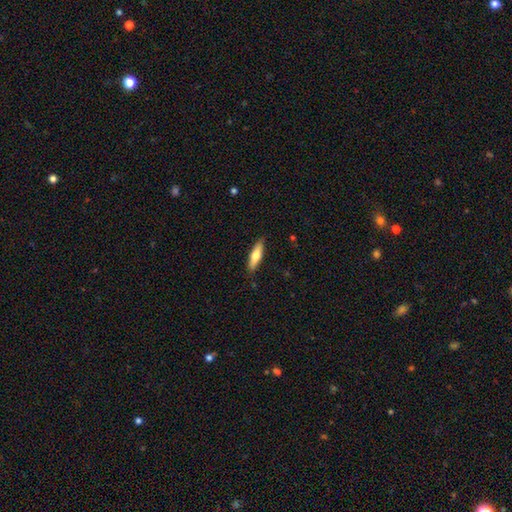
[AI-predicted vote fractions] A smooth galaxy with no disk features (60%) that is cigar-shaped (64%). Merging: none (88%).